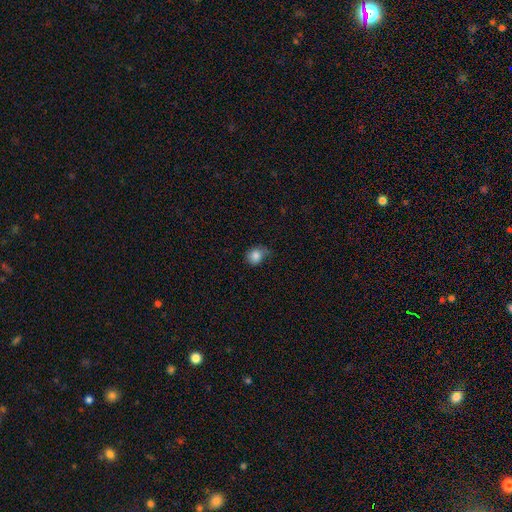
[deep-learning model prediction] Smooth or featured?
  - smooth: 84% *
  - star or artifact: 9%
  - featured or disk: 7%
How rounded?
  - round: 70% *
  - in between: 29%
  - cigar-shaped: 1%
Merging?
  - none: 46% *
  - minor disturbance: 38%
  - major disturbance: 14%
  - merger: 2%